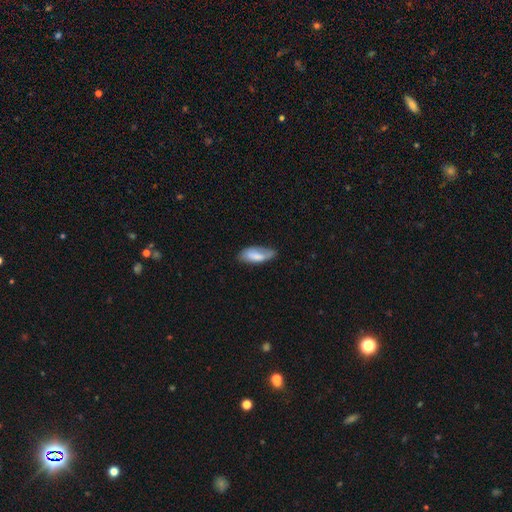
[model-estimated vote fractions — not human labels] Smooth or featured?
  - smooth: 73% *
  - featured or disk: 21%
  - star or artifact: 7%
How rounded?
  - in between: 80% *
  - cigar-shaped: 18%
  - round: 2%
Merging?
  - none: 54% *
  - minor disturbance: 33%
  - major disturbance: 10%
  - merger: 3%